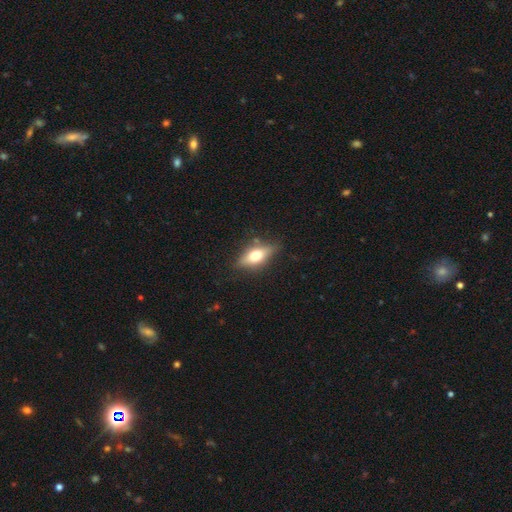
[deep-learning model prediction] smooth_or_featured: smooth (p=0.57) [alt: featured or disk p=0.35]
how_rounded: in between (p=0.73) [alt: cigar-shaped p=0.20]
merging: none (p=0.77) [alt: minor disturbance p=0.17]